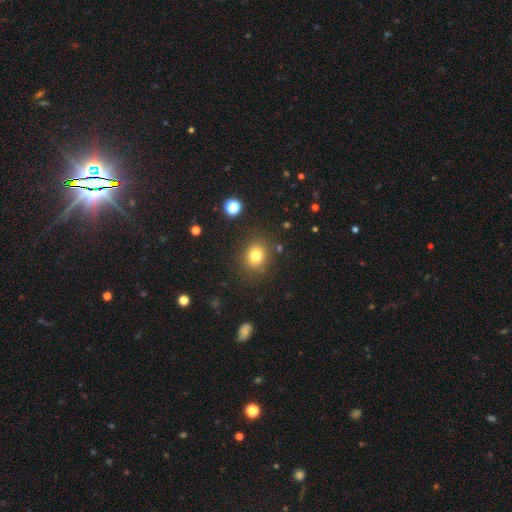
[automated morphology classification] type=smooth (79%); roundness=round (68%); merging=none (85%).